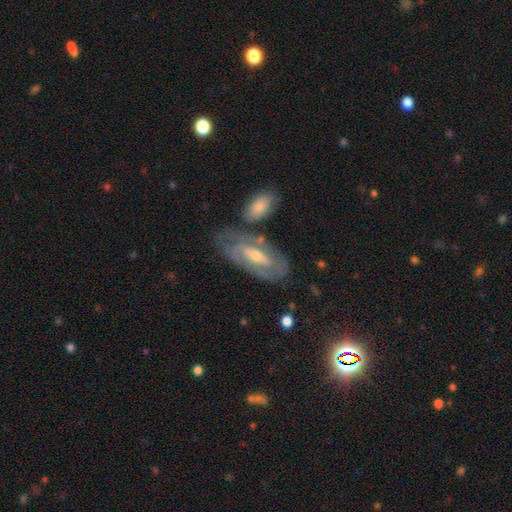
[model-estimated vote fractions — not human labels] Smooth or featured: featured or disk — 73% (smooth — 20%)
Edge-on disk: no — 88% (yes — 12%)
Bar: weak — 38% (strong — 31%)
Spiral arms: yes — 75% (no — 25%)
Bulge size: moderate — 49% (small — 46%)
Merging: none — 67% (minor disturbance — 17%)